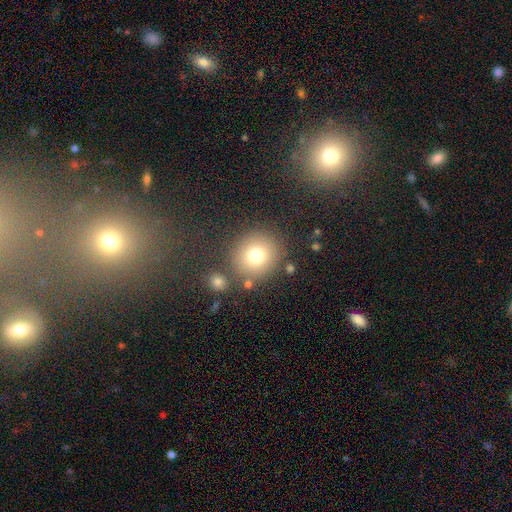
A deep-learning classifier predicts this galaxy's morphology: type=smooth (75%); roundness=round (90%); merging=none (80%).